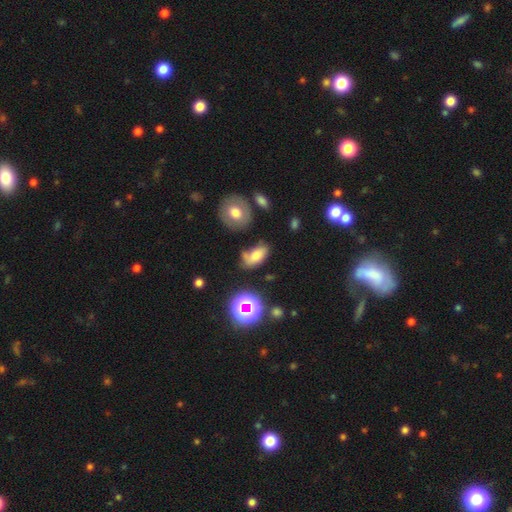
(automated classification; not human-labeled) This is likely a smooth galaxy (62%). How rounded: clearly in between (87%). Merging: possibly none (51%).